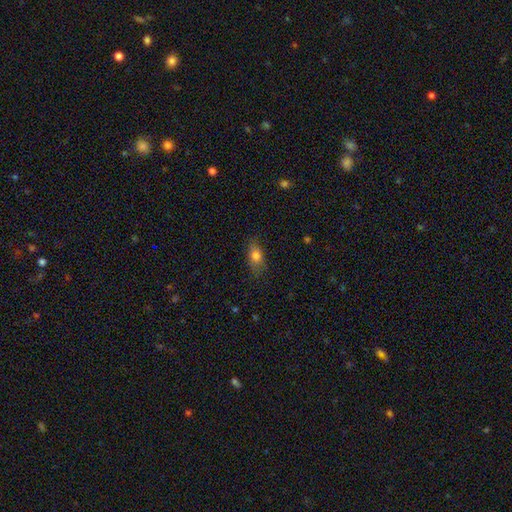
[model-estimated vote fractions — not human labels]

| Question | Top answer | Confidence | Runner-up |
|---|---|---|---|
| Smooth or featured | smooth | 77% | featured or disk (13%) |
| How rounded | in between | 80% | round (12%) |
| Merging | none | 79% | minor disturbance (16%) |